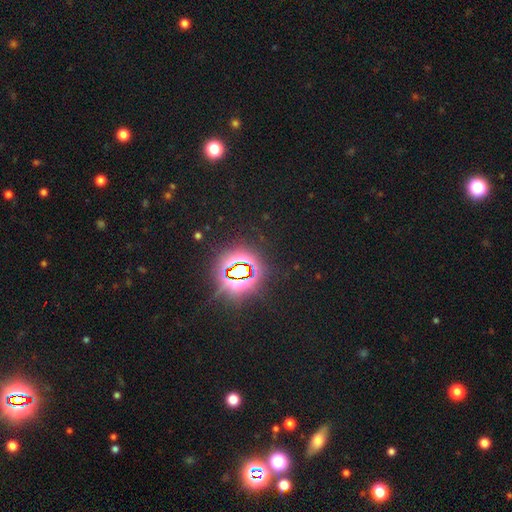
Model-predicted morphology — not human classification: Smooth or featured? Predicted: star or artifact (p=0.81).